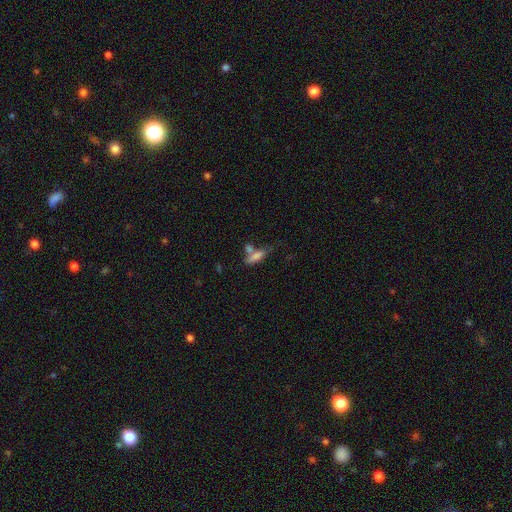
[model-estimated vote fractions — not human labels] This is likely a smooth galaxy (67%). How rounded: possibly cigar-shaped (56%). Merging: marginally none (43%).